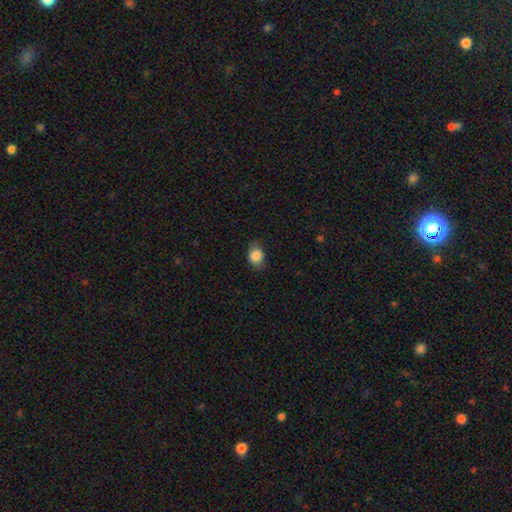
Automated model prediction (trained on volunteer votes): This appears to be a smooth galaxy with no disk features (85%) that is in between round and cigar-shaped (52%). Merging: none (69%).